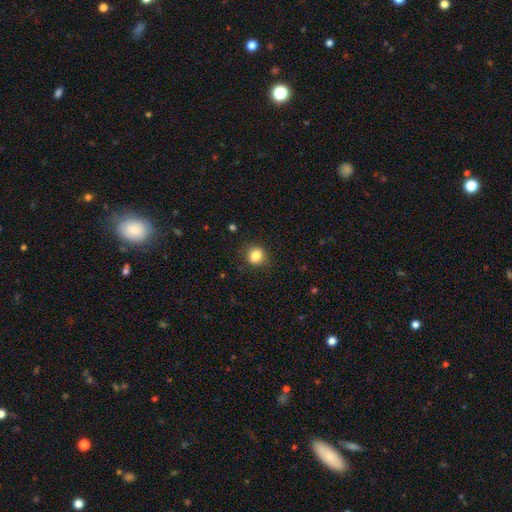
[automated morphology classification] A smooth galaxy with no disk features (84%) that is round (72%). Merging: none (86%).